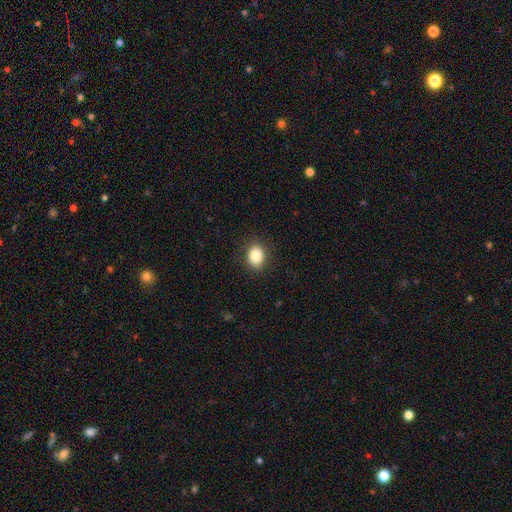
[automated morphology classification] Smooth or featured?
  - smooth: 85% *
  - star or artifact: 9%
  - featured or disk: 6%
How rounded?
  - in between: 60% *
  - round: 39%
  - cigar-shaped: 1%
Merging?
  - none: 88% *
  - minor disturbance: 8%
  - major disturbance: 3%
  - merger: 1%